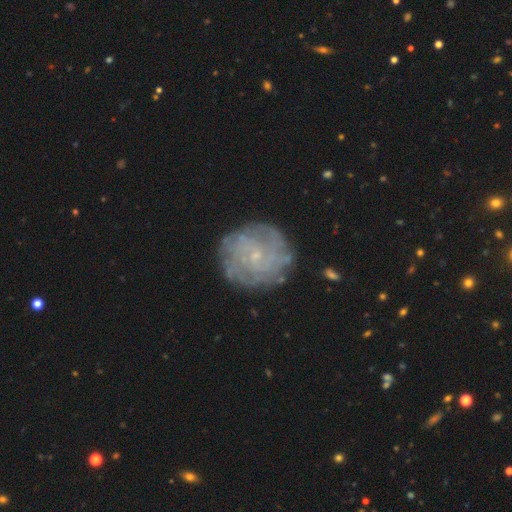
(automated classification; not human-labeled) Morphology: type=featured or disk (67%); edge-on=no (97%); bar=no (78%); spiral arms=yes (82%); winding=tight (71%); arm count=can't tell (50%); bulge=small (85%); merging=none (82%).